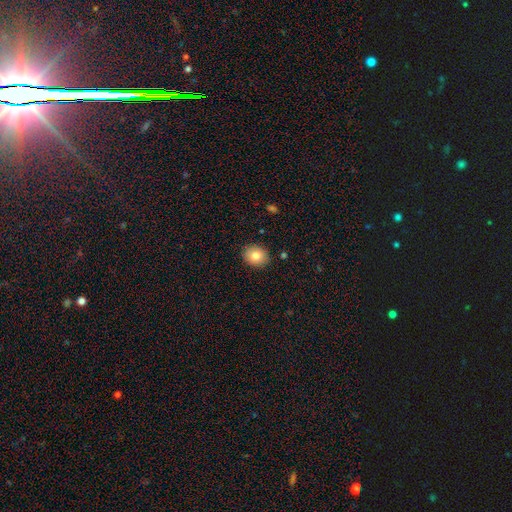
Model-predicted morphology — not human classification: This appears to be a smooth galaxy with no disk features (82%) that is round (56%). Merging: none (89%).